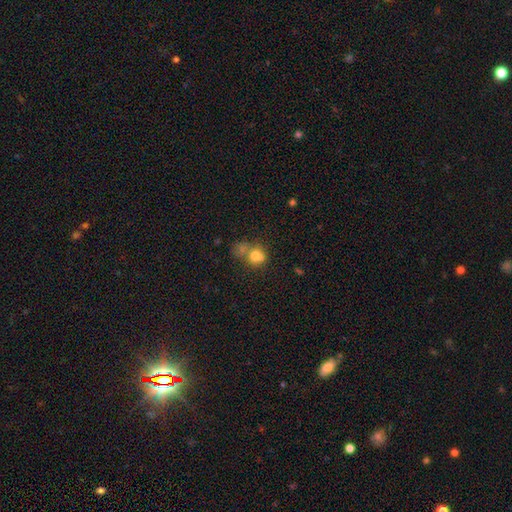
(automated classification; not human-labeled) smooth 72%, featured or disk 15%, star or artifact 13%. Down the decision tree: how rounded — in between (50%); merging — merger (46%).